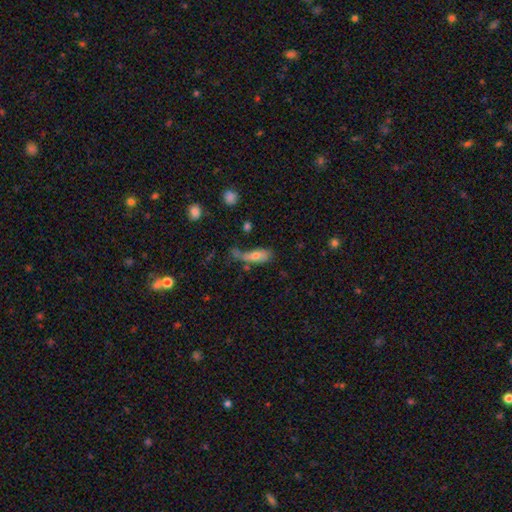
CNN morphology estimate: Smooth or featured? Predicted: smooth (p=0.69). How rounded? Predicted: in between (p=0.70). Merging? Predicted: none (p=0.38).